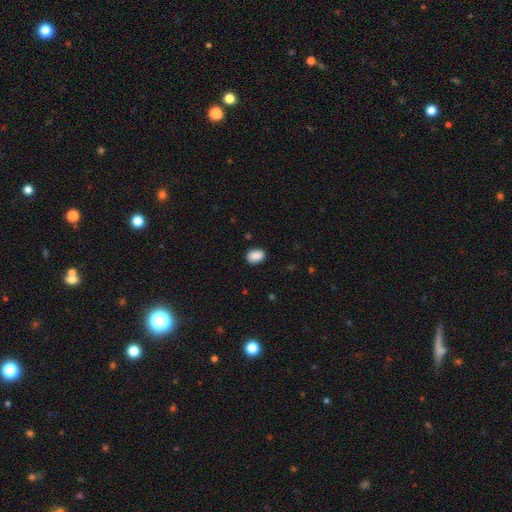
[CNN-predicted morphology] Q: Smooth or featured?
A: smooth (90%); runner-up: star or artifact (7%)
Q: How rounded?
A: in between (82%); runner-up: round (17%)
Q: Merging?
A: none (87%); runner-up: minor disturbance (10%)